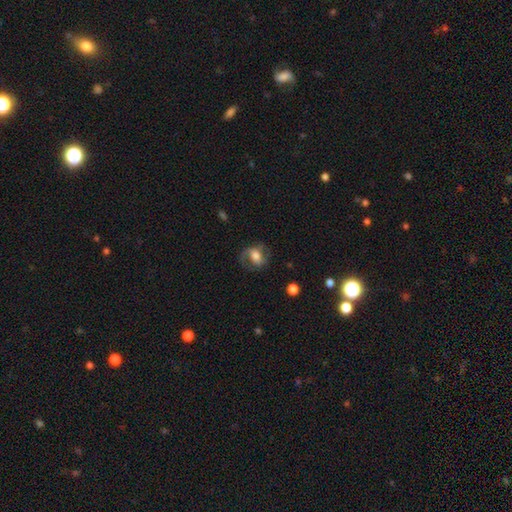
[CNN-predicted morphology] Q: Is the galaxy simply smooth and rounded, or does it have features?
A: featured or disk — 64%.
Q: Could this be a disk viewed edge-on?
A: no — 96%.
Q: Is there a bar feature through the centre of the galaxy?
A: weak — 41%.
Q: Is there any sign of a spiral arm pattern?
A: yes — 87%.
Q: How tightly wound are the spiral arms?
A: medium — 50%.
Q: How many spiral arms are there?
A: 2 — 79%.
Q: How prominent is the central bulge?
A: moderate — 56%.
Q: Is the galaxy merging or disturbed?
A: none — 67%.